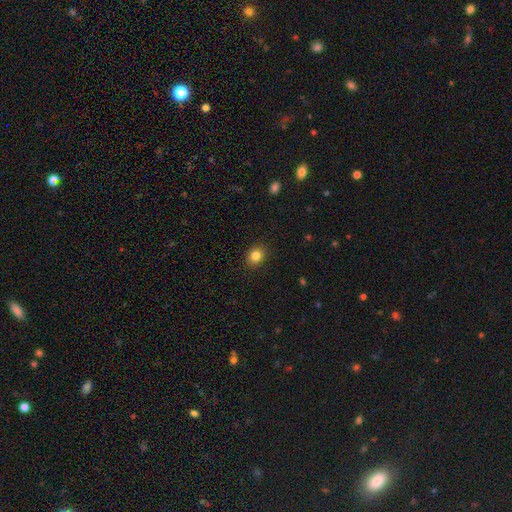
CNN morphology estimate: Smooth or featured? Predicted: smooth (p=0.83). How rounded? Predicted: round (p=0.65). Merging? Predicted: none (p=0.90).